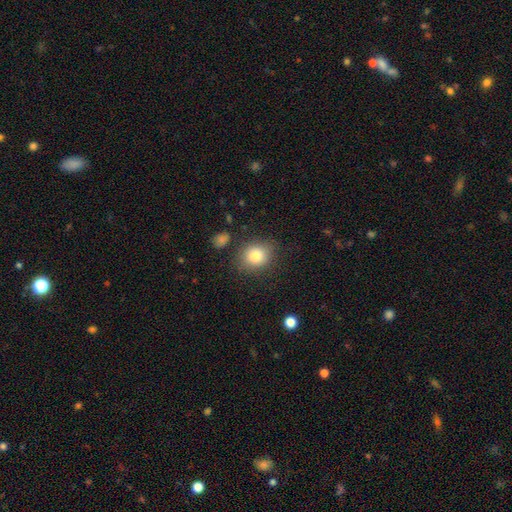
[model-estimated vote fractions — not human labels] smooth-or-featured: smooth: 81% | star or artifact: 10% | featured or disk: 8%
  how-rounded: round: 72% | in between: 27% | cigar-shaped: 1%
  merging: none: 82% | minor disturbance: 11% | major disturbance: 4% | merger: 3%